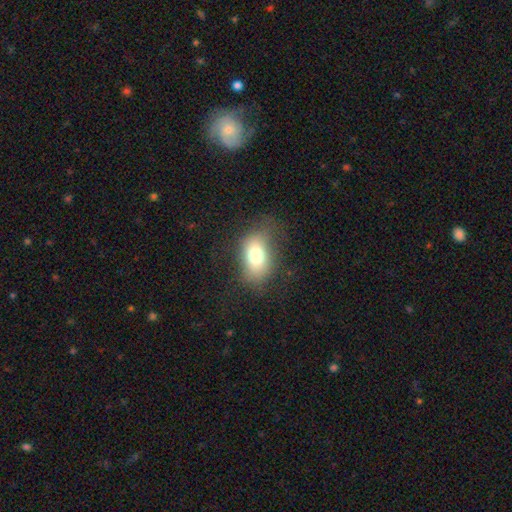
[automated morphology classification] smooth 72%, featured or disk 16%, star or artifact 11%. Down the decision tree: how rounded — in between (80%); merging — none (68%).